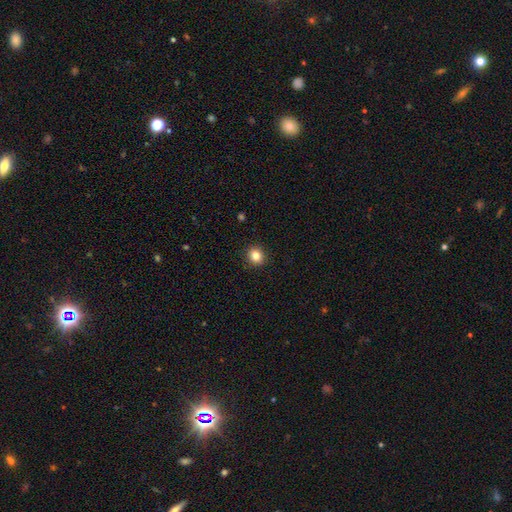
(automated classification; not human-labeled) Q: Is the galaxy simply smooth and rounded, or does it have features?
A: smooth — 83%.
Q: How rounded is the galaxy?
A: round — 88%.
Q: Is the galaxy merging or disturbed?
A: none — 92%.